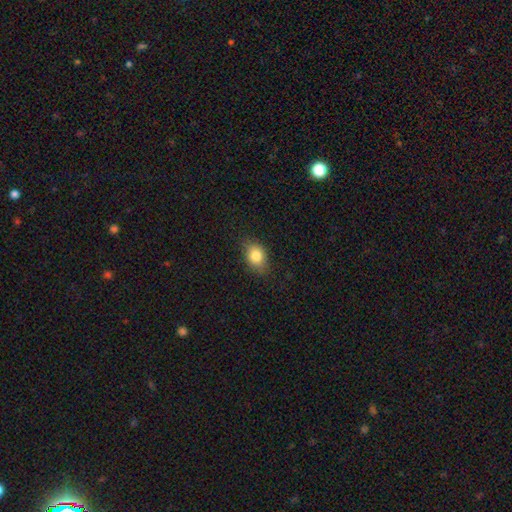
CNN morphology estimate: Smooth or featured? Predicted: smooth (p=0.82). How rounded? Predicted: in between (p=0.69). Merging? Predicted: none (p=0.81).